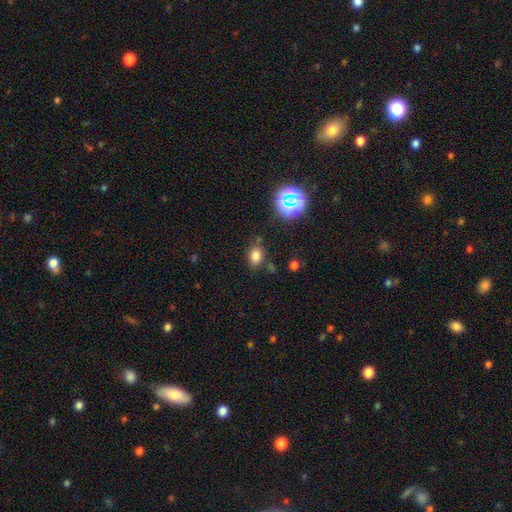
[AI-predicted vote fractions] Smooth or featured?
  - smooth: 76% *
  - star or artifact: 17%
  - featured or disk: 7%
How rounded?
  - in between: 70% *
  - round: 29%
  - cigar-shaped: 1%
Merging?
  - none: 75% *
  - minor disturbance: 15%
  - merger: 5%
  - major disturbance: 4%